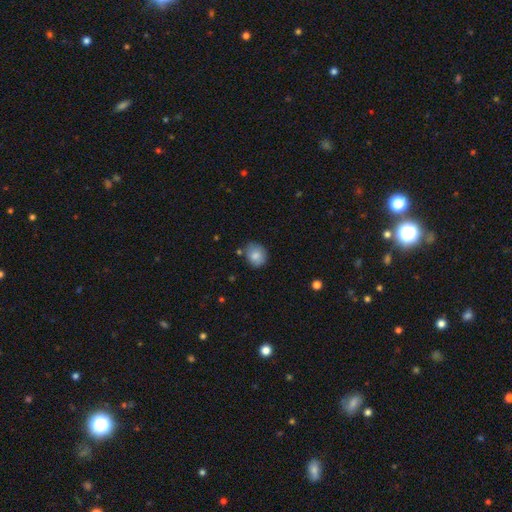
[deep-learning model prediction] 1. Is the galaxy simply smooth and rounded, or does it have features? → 82% smooth, 10% featured or disk, 8% star or artifact.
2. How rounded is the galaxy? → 61% round, 38% in between, 1% cigar-shaped.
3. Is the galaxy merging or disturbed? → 74% none, 19% minor disturbance, 4% merger, 4% major disturbance.